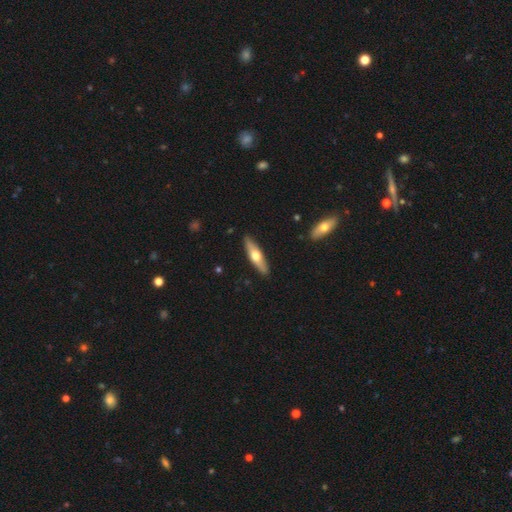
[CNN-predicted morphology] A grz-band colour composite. It shows a featured or disk galaxy (52%) viewed edge-on (88%). Merging: none (90%).